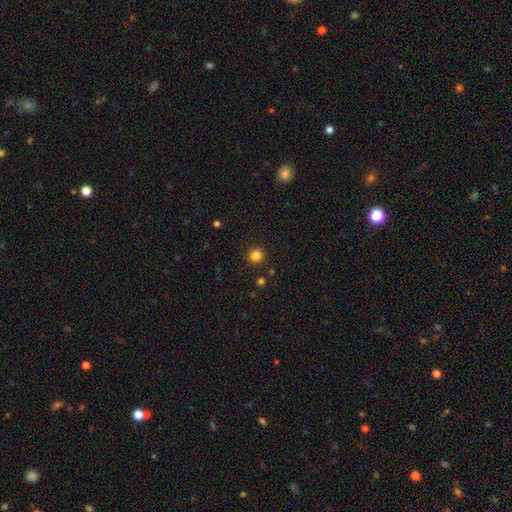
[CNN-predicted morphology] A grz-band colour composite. It shows a smooth galaxy with no disk features (81%) that is round (91%). Merging: none (84%).